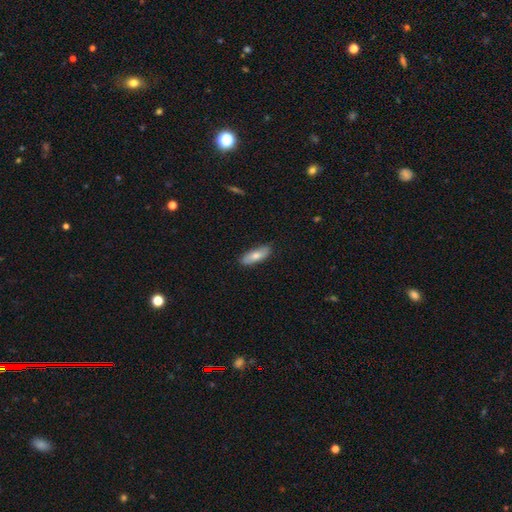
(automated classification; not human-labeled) smooth 74%, featured or disk 21%, star or artifact 6%. Down the decision tree: how rounded — in between (61%); merging — none (85%).